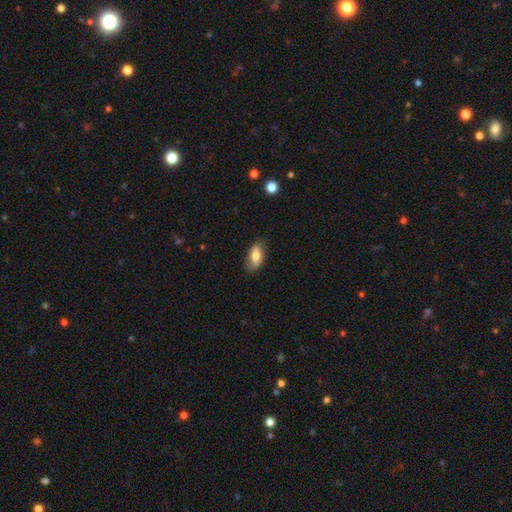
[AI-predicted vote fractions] Smooth or featured?
  - smooth: 69% *
  - featured or disk: 24%
  - star or artifact: 7%
How rounded?
  - in between: 87% *
  - cigar-shaped: 10%
  - round: 3%
Merging?
  - none: 76% *
  - minor disturbance: 19%
  - major disturbance: 4%
  - merger: 1%